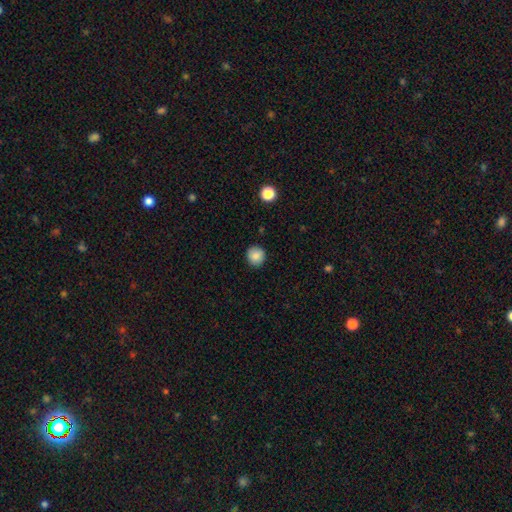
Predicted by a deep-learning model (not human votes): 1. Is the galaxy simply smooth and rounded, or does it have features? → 86% smooth, 9% star or artifact, 4% featured or disk.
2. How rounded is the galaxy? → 91% round, 8% in between, 1% cigar-shaped.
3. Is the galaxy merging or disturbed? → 89% none, 7% minor disturbance, 2% major disturbance, 1% merger.